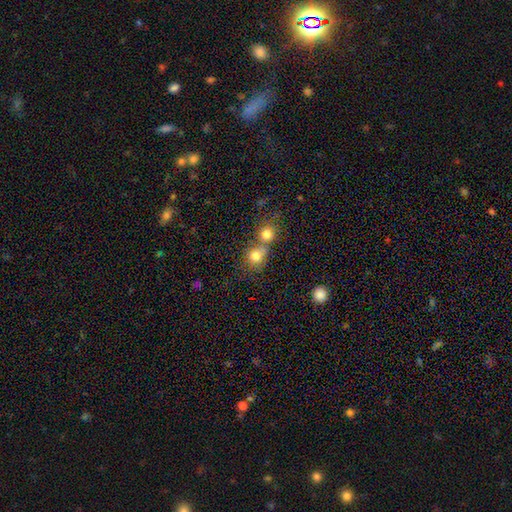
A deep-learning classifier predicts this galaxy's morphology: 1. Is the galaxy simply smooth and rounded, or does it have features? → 78% smooth, 12% star or artifact, 10% featured or disk.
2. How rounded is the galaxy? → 81% round, 17% in between, 1% cigar-shaped.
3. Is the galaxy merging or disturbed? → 49% merger, 40% none, 7% minor disturbance, 3% major disturbance.